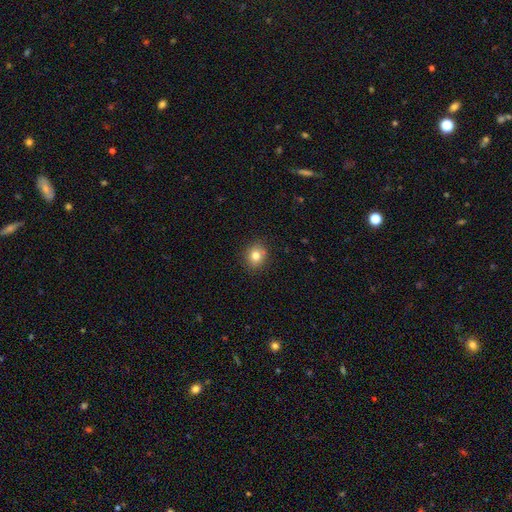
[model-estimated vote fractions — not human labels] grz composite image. It shows a smooth galaxy with no disk features (81%) that is round (78%). Merging: none (88%).